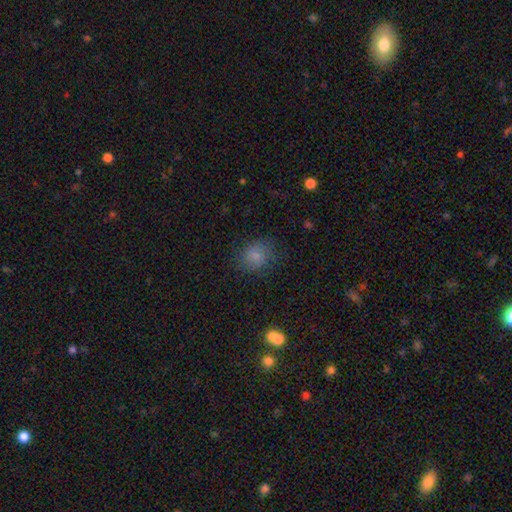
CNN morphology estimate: A smooth galaxy with no disk features (81%) that is round (60%).

Vote fractions:
- Smooth or featured? smooth: 81% / star or artifact: 11% / featured or disk: 8%
- How rounded? round: 60% / in between: 39% / cigar-shaped: 1%
- Merging? none: 77% / minor disturbance: 16% / major disturbance: 6% / merger: 1%